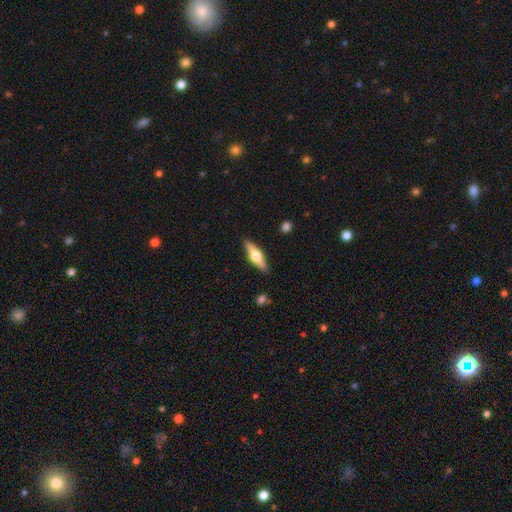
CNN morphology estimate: Q: Smooth or featured?
A: featured or disk (57%); runner-up: smooth (37%)
Q: Edge-on disk?
A: yes (94%); runner-up: no (6%)
Q: Edge-on bulge?
A: rounded (94%); runner-up: boxy (5%)
Q: Merging?
A: none (88%); runner-up: minor disturbance (8%)